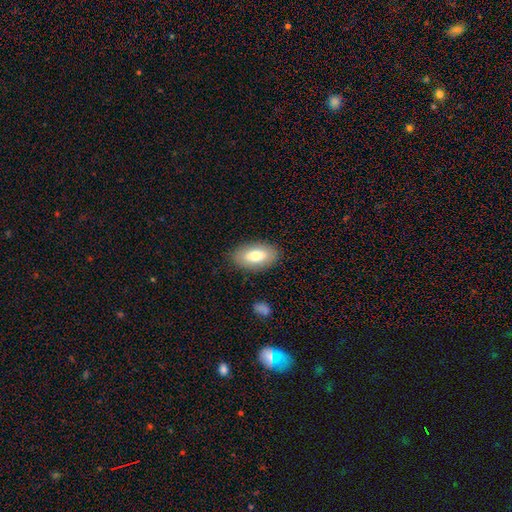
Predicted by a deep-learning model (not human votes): Smooth or featured: smooth — 74% (featured or disk — 19%)
How rounded: in between — 93% (round — 4%)
Merging: none — 86% (minor disturbance — 10%)